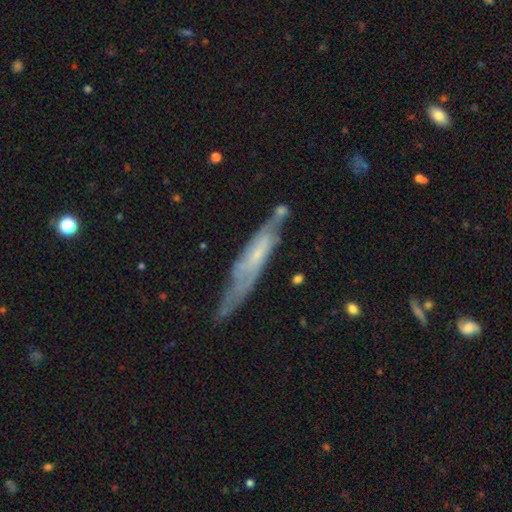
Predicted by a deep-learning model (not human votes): A featured or disk galaxy (66%) viewed edge-on (57%).

Vote fractions:
- Smooth or featured? featured or disk: 66% / smooth: 26% / star or artifact: 7%
- Edge-on disk? yes: 57% / no: 43%
- Merging? none: 57% / minor disturbance: 27% / major disturbance: 10% / merger: 6%